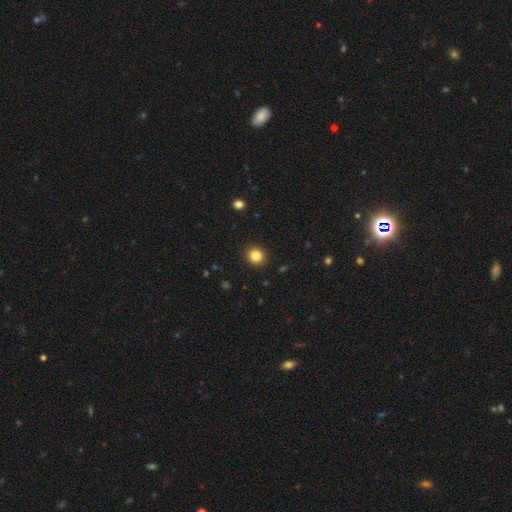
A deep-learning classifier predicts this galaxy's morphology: A smooth galaxy with no disk features (84%) that is round (84%).

Vote fractions:
- Smooth or featured? smooth: 84% / star or artifact: 11% / featured or disk: 5%
- How rounded? round: 84% / in between: 15% / cigar-shaped: 1%
- Merging? none: 92% / minor disturbance: 6% / major disturbance: 2% / merger: 1%